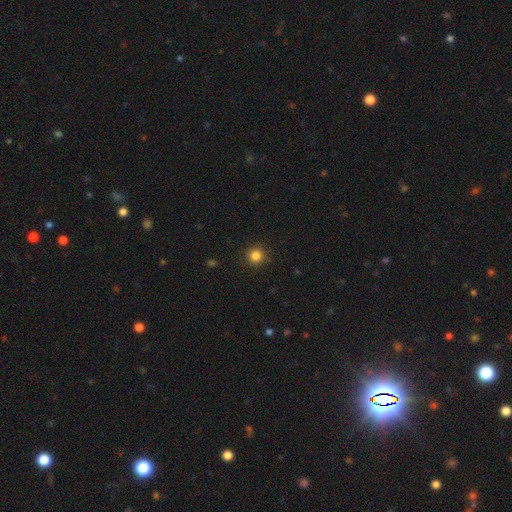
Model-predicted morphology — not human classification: This is clearly a smooth galaxy (84%). How rounded: clearly round (94%). Merging: clearly none (91%).